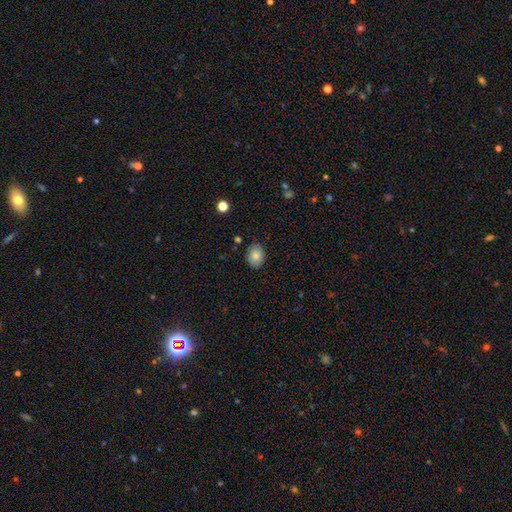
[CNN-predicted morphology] smooth 84%, star or artifact 8%, featured or disk 8%. Down the decision tree: how rounded — in between (65%); merging — none (84%).